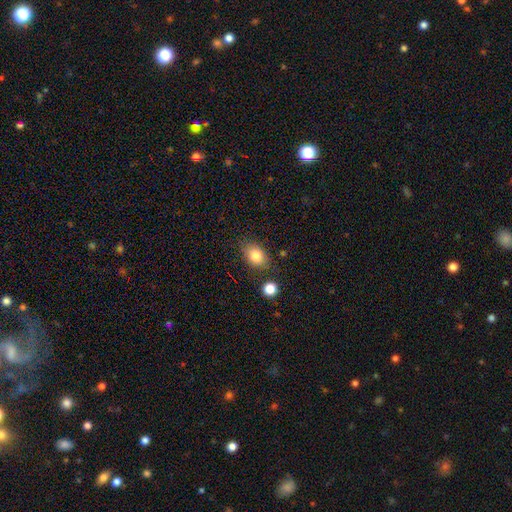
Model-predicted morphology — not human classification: Smooth or featured?
  - smooth: 83% *
  - star or artifact: 9%
  - featured or disk: 8%
How rounded?
  - in between: 74% *
  - round: 25%
  - cigar-shaped: 2%
Merging?
  - none: 75% *
  - minor disturbance: 16%
  - merger: 5%
  - major disturbance: 4%